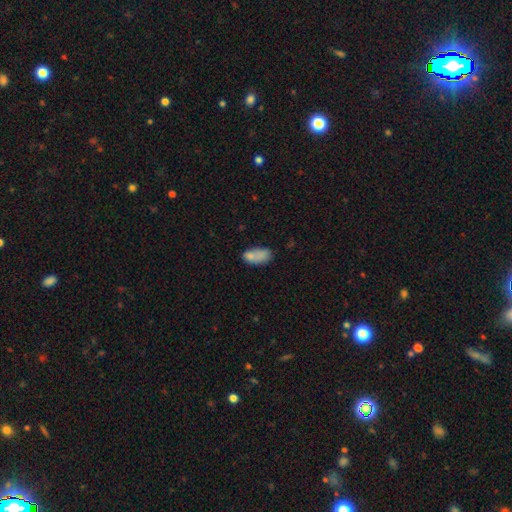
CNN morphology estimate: Smooth or featured?
  - smooth: 77% *
  - featured or disk: 14%
  - star or artifact: 9%
How rounded?
  - in between: 91% *
  - round: 5%
  - cigar-shaped: 4%
Merging?
  - none: 44% *
  - minor disturbance: 24%
  - merger: 21%
  - major disturbance: 11%